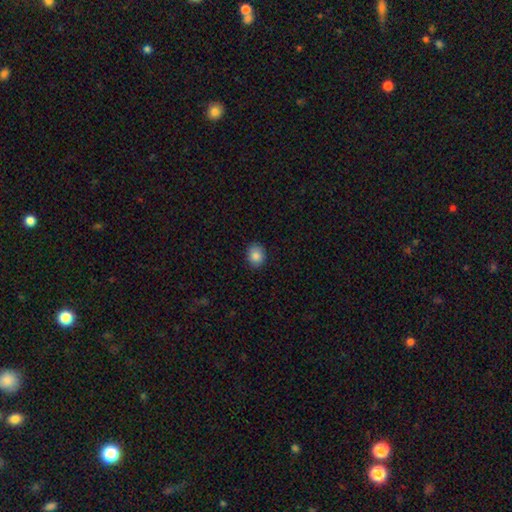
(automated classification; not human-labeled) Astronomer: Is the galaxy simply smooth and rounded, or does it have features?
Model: smooth — 85%.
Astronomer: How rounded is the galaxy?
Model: round — 61% (runner-up: in between, 38%).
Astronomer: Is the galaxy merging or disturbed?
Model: none — 88%.